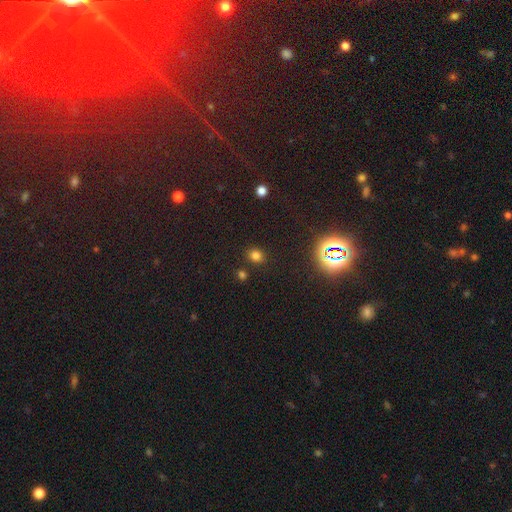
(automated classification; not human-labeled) Overall: smooth (74%). How rounded: round (74%). Merging: none (85%).